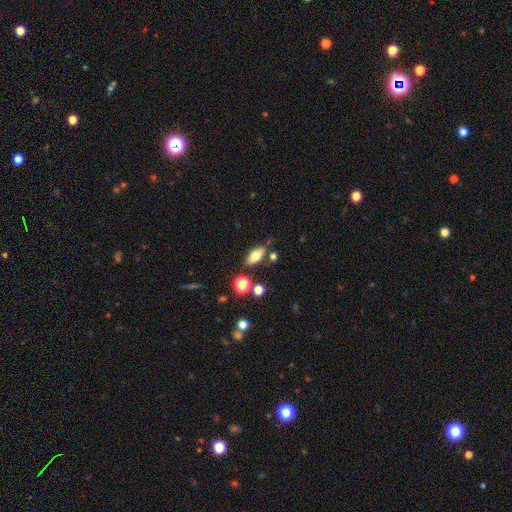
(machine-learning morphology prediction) smooth 72%, featured or disk 18%, star or artifact 10%. Down the decision tree: how rounded — in between (83%); merging — none (78%).